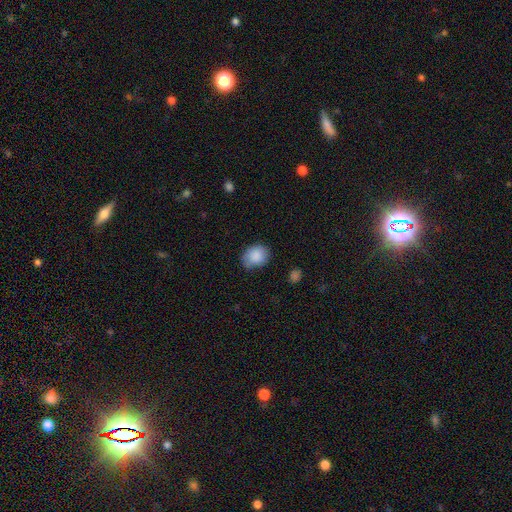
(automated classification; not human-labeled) A smooth galaxy with no disk features (87%) that is round (56%). Merging: none (67%).